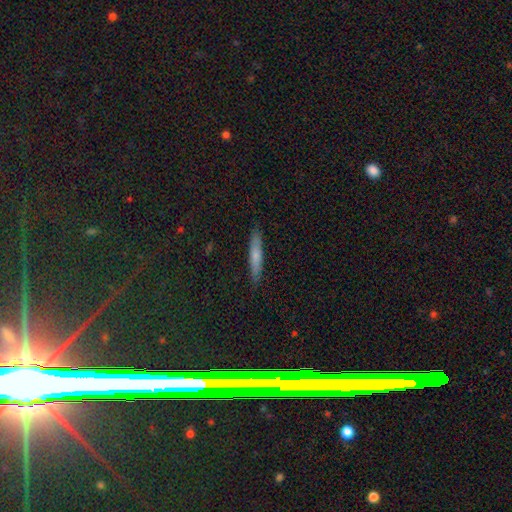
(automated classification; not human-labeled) Morphology: type=smooth (64%); roundness=cigar-shaped (91%); merging=none (88%).